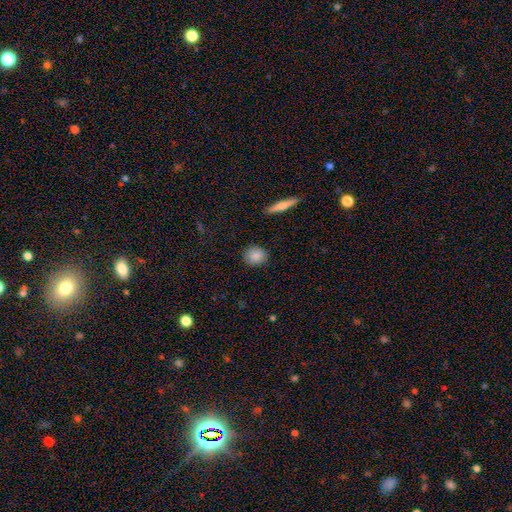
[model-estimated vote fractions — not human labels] Smooth or featured: smooth — 86% (star or artifact — 7%)
How rounded: round — 73% (in between — 25%)
Merging: none — 87% (minor disturbance — 9%)